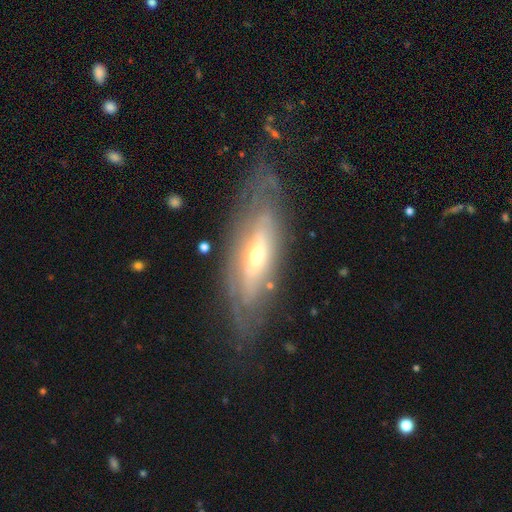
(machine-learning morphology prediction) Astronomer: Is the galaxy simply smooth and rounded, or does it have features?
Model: featured or disk — 75%.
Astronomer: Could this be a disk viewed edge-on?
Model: no — 67%.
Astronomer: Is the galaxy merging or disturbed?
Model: none — 71%.